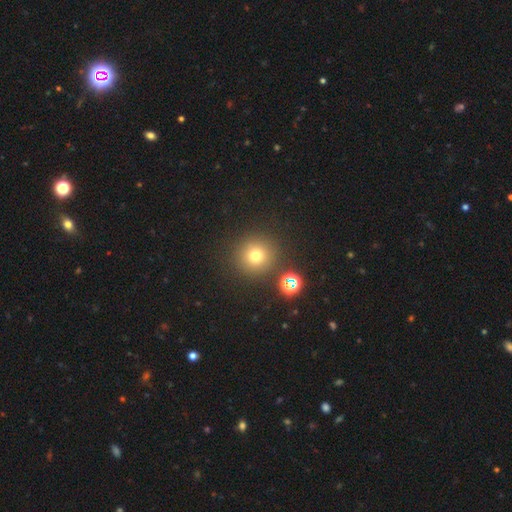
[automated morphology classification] Smooth or featured: smooth — 73% (star or artifact — 19%)
How rounded: round — 94% (in between — 5%)
Merging: none — 86% (minor disturbance — 7%)